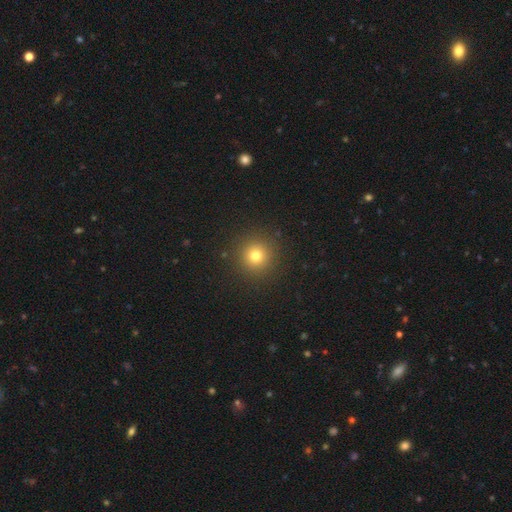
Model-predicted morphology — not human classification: Q: Smooth or featured?
A: smooth (77%); runner-up: star or artifact (15%)
Q: How rounded?
A: round (95%); runner-up: in between (4%)
Q: Merging?
A: none (91%); runner-up: minor disturbance (6%)